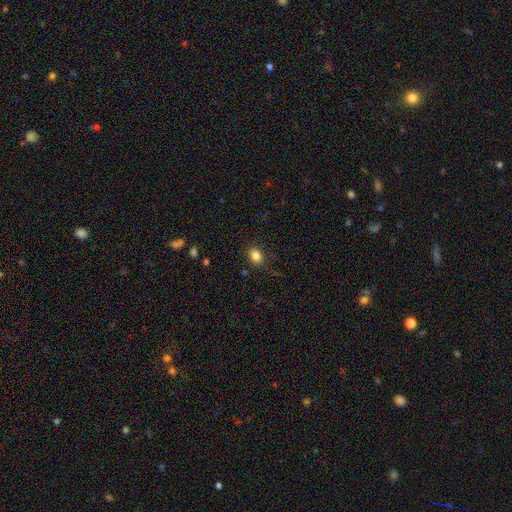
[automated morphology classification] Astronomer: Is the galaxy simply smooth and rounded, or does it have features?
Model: smooth — 84%.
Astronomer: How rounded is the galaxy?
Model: in between — 67%.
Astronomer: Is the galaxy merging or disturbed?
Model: none — 83%.